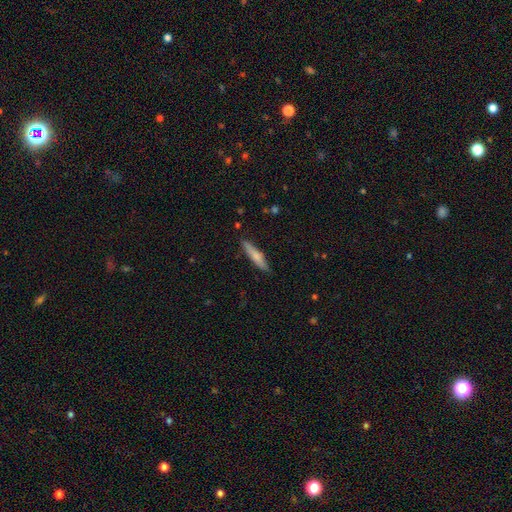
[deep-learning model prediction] Morphology: type=smooth (67%); roundness=cigar-shaped (87%); merging=none (86%).